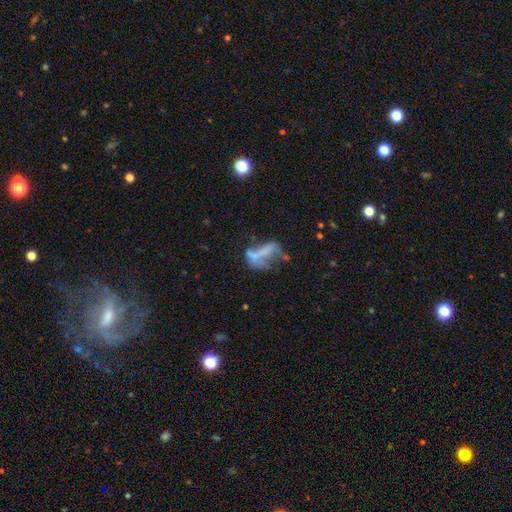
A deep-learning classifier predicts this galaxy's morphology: featured or disk 49%, smooth 33%, star or artifact 18%. Down the decision tree: merging — major disturbance (34%).